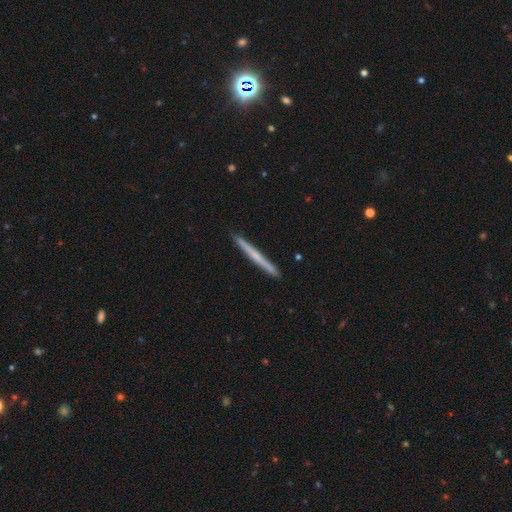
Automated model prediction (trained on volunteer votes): Smooth or featured? Predicted: featured or disk (p=0.52). Edge-on disk? Predicted: yes (p=0.98). Edge-on bulge? Predicted: none (p=0.69). Merging? Predicted: none (p=0.92).